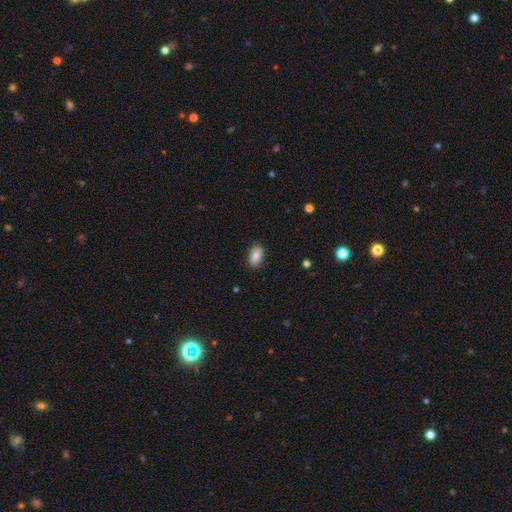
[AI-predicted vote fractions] smooth 86%, star or artifact 7%, featured or disk 7%. Down the decision tree: how rounded — in between (92%); merging — none (87%).